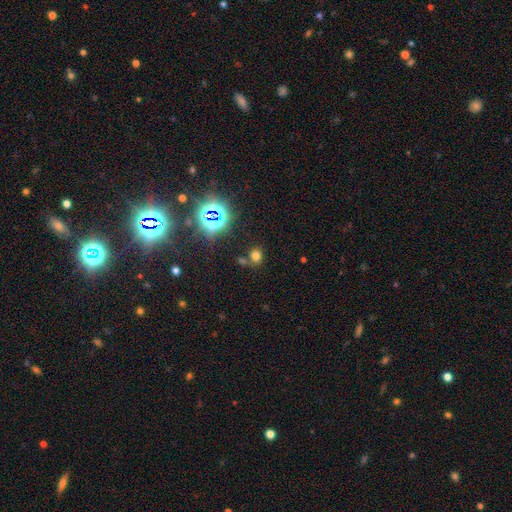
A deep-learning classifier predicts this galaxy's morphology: Smooth or featured: smooth — 62% (star or artifact — 30%)
How rounded: round — 62% (in between — 36%)
Merging: none — 67% (merger — 17%)